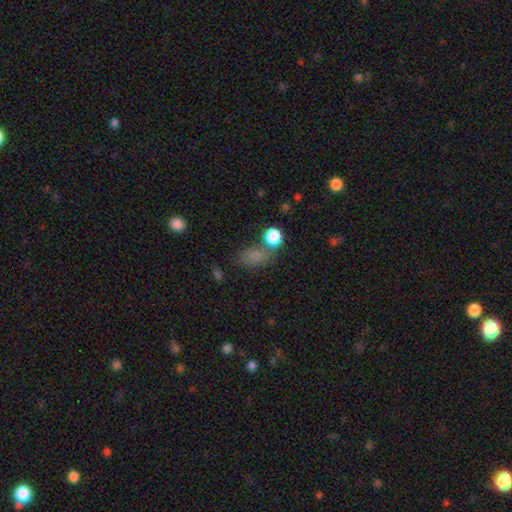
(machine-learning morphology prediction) Q: Smooth or featured?
A: smooth (75%); runner-up: star or artifact (18%)
Q: How rounded?
A: in between (70%); runner-up: round (27%)
Q: Merging?
A: none (56%); runner-up: minor disturbance (18%)